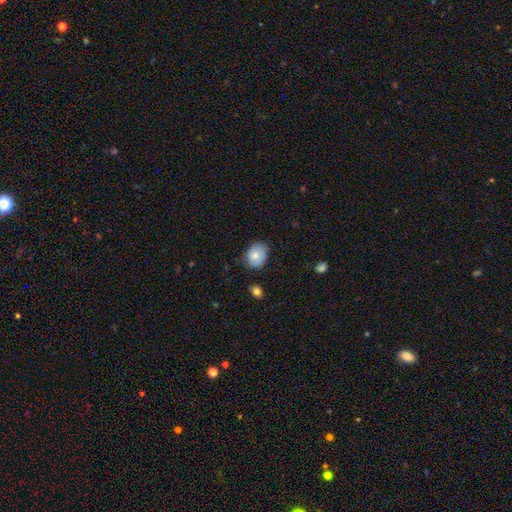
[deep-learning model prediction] Smooth or featured? smooth (79%)
How rounded? in between (54%)
Merging? none (73%)